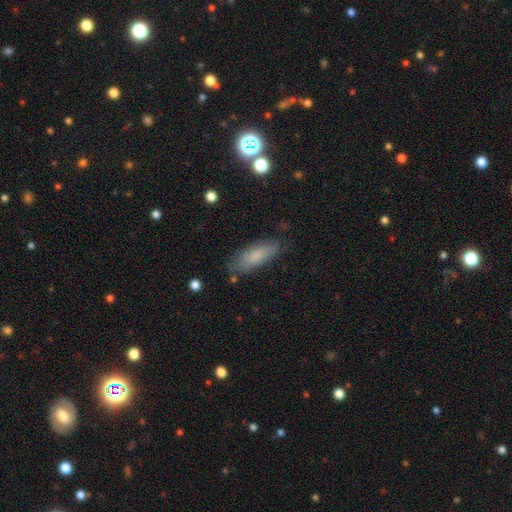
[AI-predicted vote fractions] smooth-or-featured: smooth: 76% | featured or disk: 16% | star or artifact: 8%
  how-rounded: in between: 62% | cigar-shaped: 35% | round: 2%
  merging: none: 77% | minor disturbance: 17% | major disturbance: 4% | merger: 2%